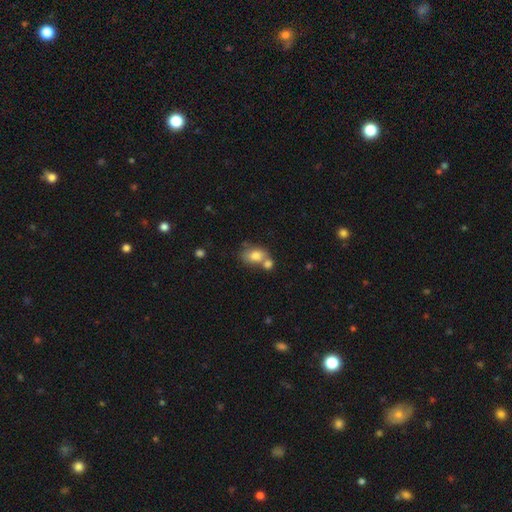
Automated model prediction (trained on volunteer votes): Smooth or featured?
  - smooth: 77% *
  - featured or disk: 14%
  - star or artifact: 9%
How rounded?
  - in between: 75% *
  - round: 24%
  - cigar-shaped: 2%
Merging?
  - merger: 47% *
  - none: 35%
  - minor disturbance: 12%
  - major disturbance: 5%